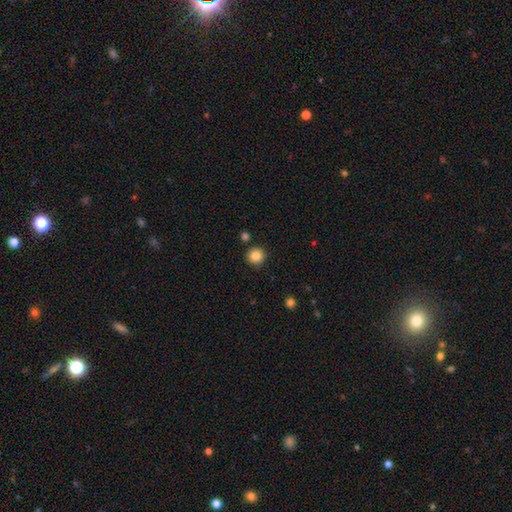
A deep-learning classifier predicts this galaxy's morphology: Smooth or featured? smooth (85%)
How rounded? round (94%)
Merging? none (88%)